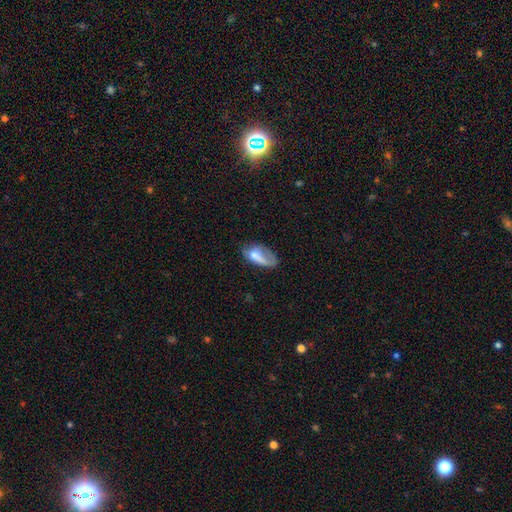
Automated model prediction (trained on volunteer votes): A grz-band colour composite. It shows a smooth galaxy with no disk features (63%) that is in between round and cigar-shaped (88%). Merging: major disturbance (41%).